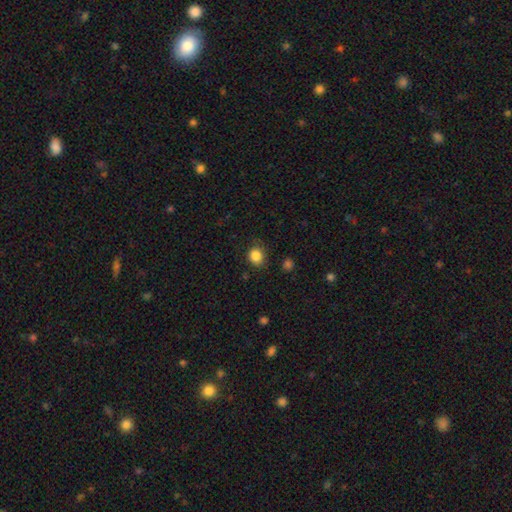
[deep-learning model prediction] Smooth or featured: smooth — 85% (star or artifact — 11%)
How rounded: round — 70% (in between — 30%)
Merging: none — 78% (minor disturbance — 17%)